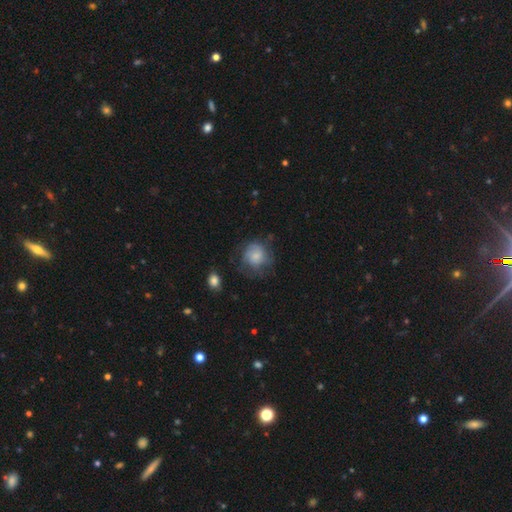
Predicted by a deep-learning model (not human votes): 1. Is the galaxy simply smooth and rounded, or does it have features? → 61% smooth, 30% featured or disk, 8% star or artifact.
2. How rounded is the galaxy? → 81% round, 18% in between, 1% cigar-shaped.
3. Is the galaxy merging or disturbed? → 56% none, 26% minor disturbance, 17% major disturbance, 2% merger.